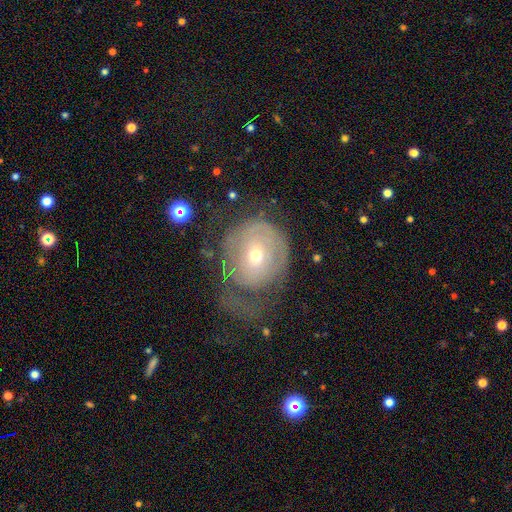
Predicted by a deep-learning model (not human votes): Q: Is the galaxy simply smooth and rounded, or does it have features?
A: featured or disk — 58%.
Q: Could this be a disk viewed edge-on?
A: no — 96%.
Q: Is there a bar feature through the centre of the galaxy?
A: no — 75%.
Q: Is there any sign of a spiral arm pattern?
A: yes — 59%.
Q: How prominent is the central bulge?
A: moderate — 49%.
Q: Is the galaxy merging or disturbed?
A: major disturbance — 38%.